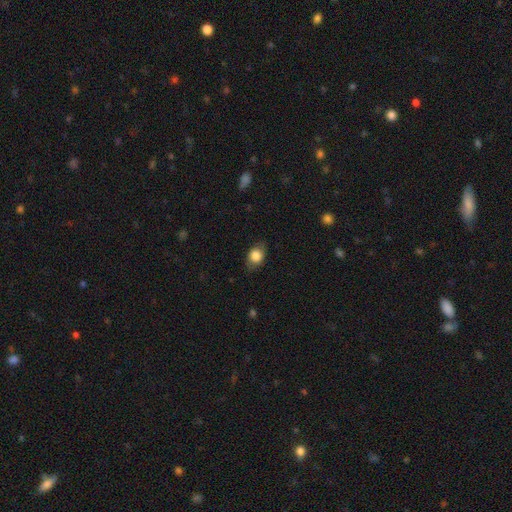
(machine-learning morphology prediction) A smooth galaxy with no disk features (79%) that is in between round and cigar-shaped (67%). Merging: none (77%).